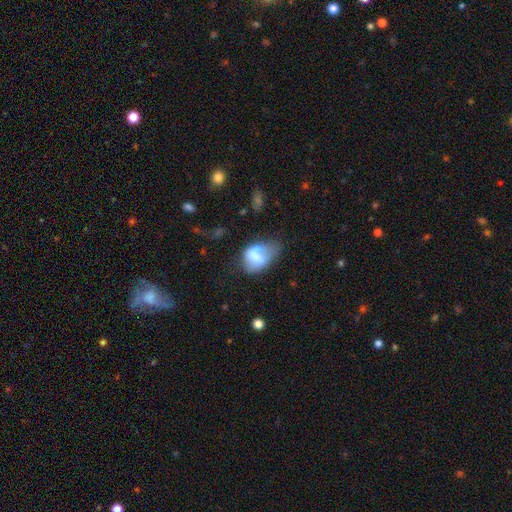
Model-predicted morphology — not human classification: This appears to be a smooth galaxy with no disk features (57%) that is in between round and cigar-shaped (78%). Merging: minor disturbance (32%).